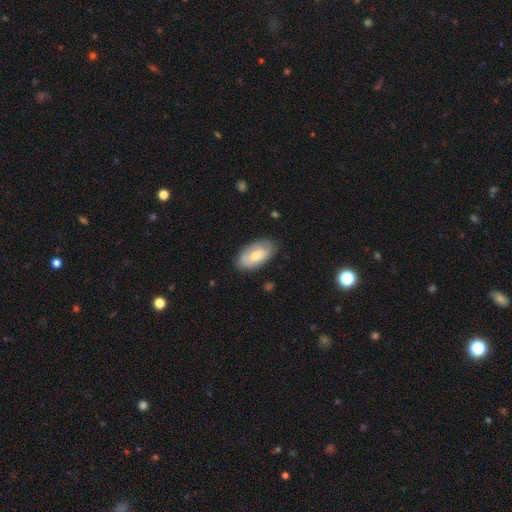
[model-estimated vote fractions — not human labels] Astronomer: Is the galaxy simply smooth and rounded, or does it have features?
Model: smooth — 63%.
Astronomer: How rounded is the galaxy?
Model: in between — 94%.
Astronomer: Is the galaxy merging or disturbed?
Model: none — 75%.